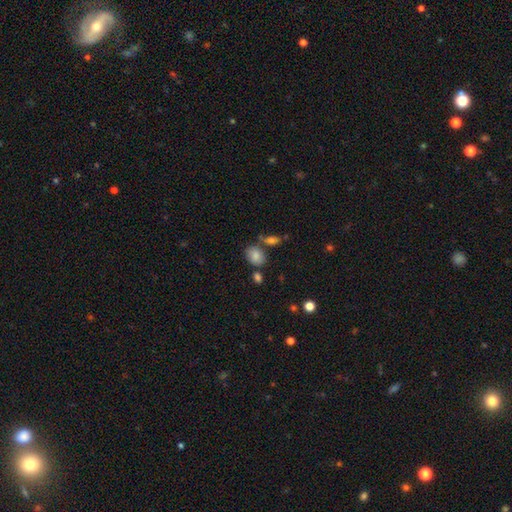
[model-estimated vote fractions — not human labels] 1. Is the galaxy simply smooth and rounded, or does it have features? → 82% smooth, 9% star or artifact, 9% featured or disk.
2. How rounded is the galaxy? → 71% in between, 27% round, 1% cigar-shaped.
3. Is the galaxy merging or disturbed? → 65% none, 16% minor disturbance, 15% merger, 5% major disturbance.